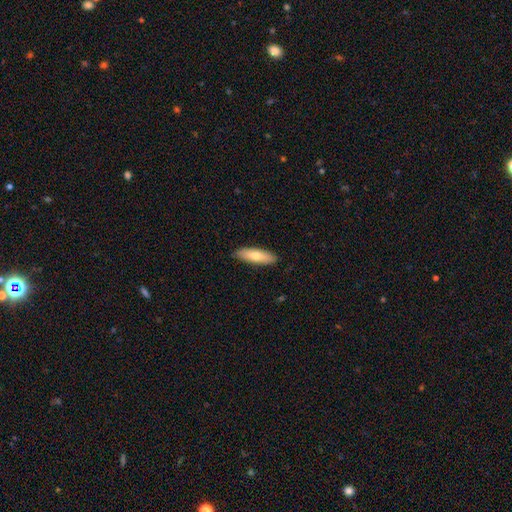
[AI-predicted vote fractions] Morphology: type=smooth (73%); roundness=cigar-shaped (51%); merging=none (89%).